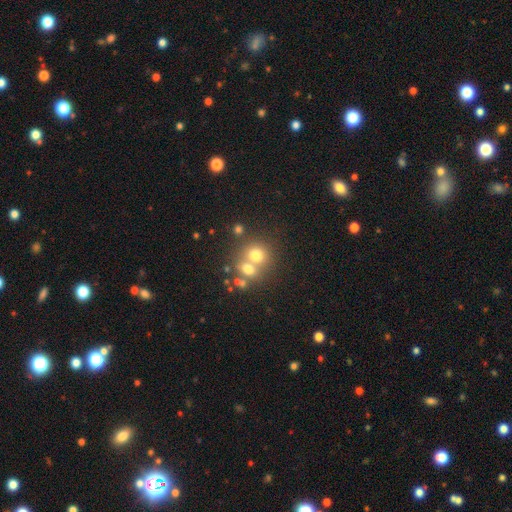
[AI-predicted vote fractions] The model was most divided on "merging": merger: 51%, none: 39%, minor disturbance: 7%, major disturbance: 3%. More confident: how rounded — round (80%); smooth or featured — smooth (69%).